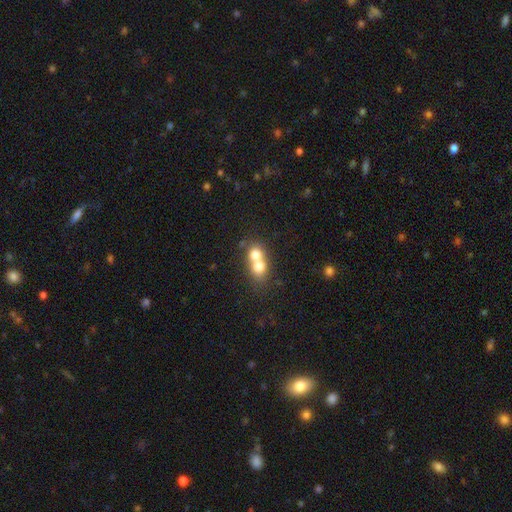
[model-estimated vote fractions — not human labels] Morphology: type=smooth (70%); roundness=round (63%); merging=merger (73%).